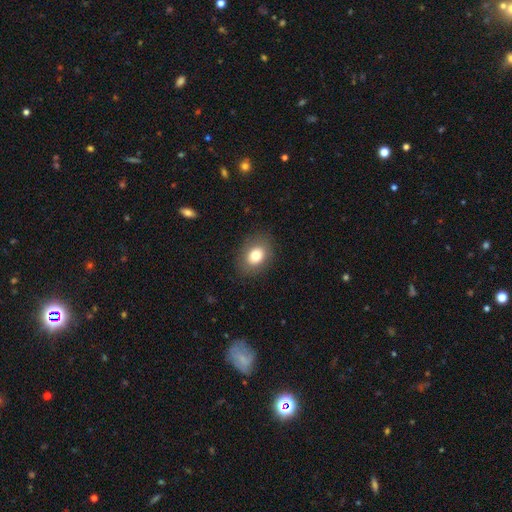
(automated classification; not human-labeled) This appears to be a smooth galaxy with no disk features (78%) that is in between round and cigar-shaped (64%). Merging: none (85%).